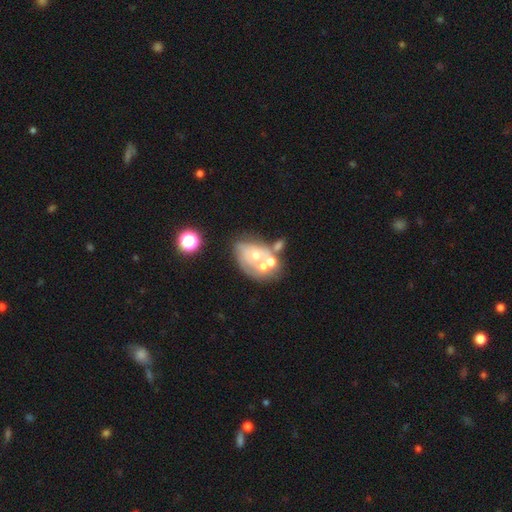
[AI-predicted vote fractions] Smooth or featured? Predicted: featured or disk (p=0.63). Edge-on disk? Predicted: no (p=0.97). Bar? Predicted: no (p=0.90). Spiral arms? Predicted: no (p=0.73). Bulge size? Predicted: moderate (p=0.49). Merging? Predicted: merger (p=0.38).